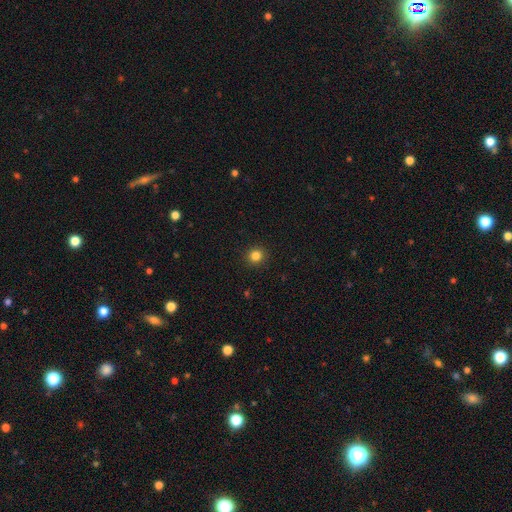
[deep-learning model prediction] Smooth or featured? smooth (84%)
How rounded? round (93%)
Merging? none (93%)